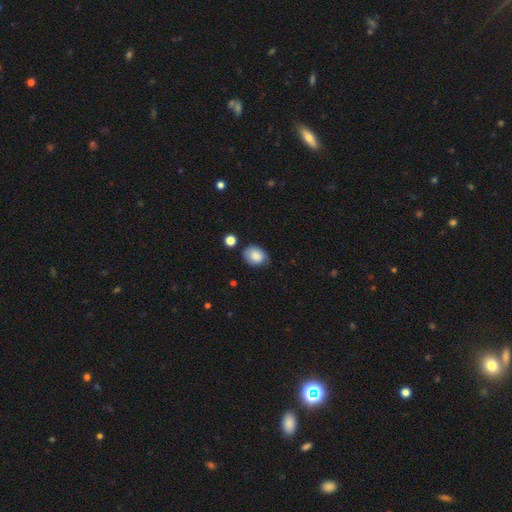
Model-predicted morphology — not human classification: This is clearly a smooth galaxy (81%). How rounded: possibly in between (59%). Merging: likely none (64%).